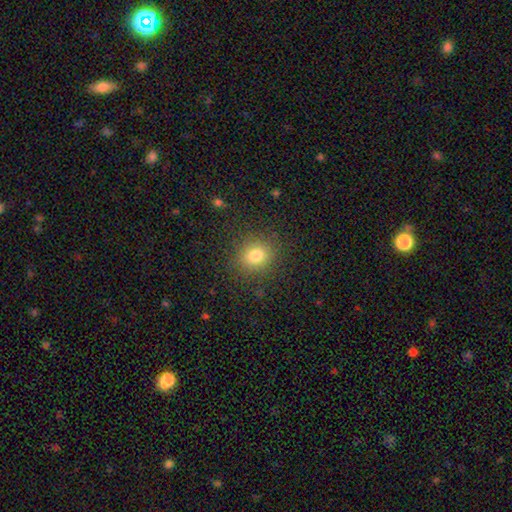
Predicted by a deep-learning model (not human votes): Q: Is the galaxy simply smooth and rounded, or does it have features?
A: smooth — 80%.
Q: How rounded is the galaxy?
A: round — 71%.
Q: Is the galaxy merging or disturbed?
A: none — 86%.